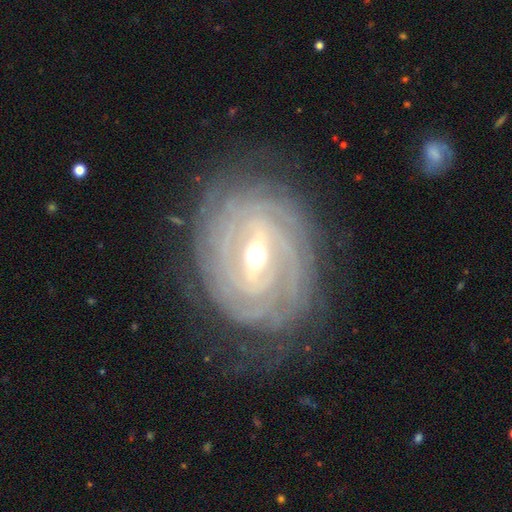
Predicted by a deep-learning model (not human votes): smooth_or_featured: featured or disk (p=0.90) [alt: smooth p=0.05]
disk_edge_on: no (p=0.96) [alt: yes p=0.04]
bar: strong (p=0.53) [alt: weak p=0.38]
has_spiral_arms: yes (p=0.96) [alt: no p=0.04]
spiral_winding: tight (p=0.85) [alt: medium p=0.12]
spiral_arm_count: can't tell (p=0.31) [alt: 4 p=0.19]
bulge_size: moderate (p=0.61) [alt: small p=0.33]
merging: none (p=0.78) [alt: minor disturbance p=0.15]